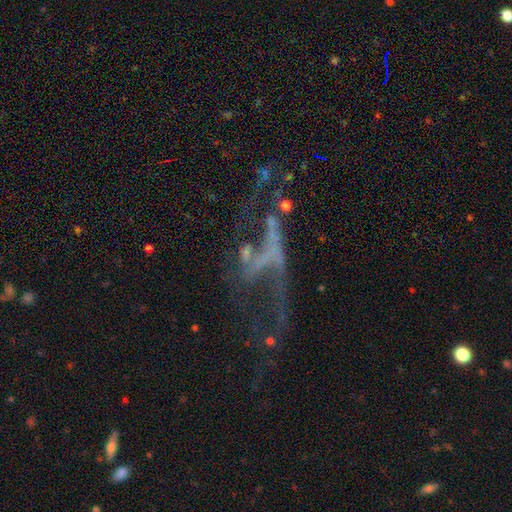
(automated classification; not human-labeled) Q: Smooth or featured?
A: featured or disk (62%); runner-up: star or artifact (25%)
Q: Edge-on disk?
A: no (88%); runner-up: yes (12%)
Q: Bar?
A: no (67%); runner-up: weak (17%)
Q: Spiral arms?
A: no (64%); runner-up: yes (36%)
Q: Bulge size?
A: none (80%); runner-up: small (12%)
Q: Merging?
A: major disturbance (48%); runner-up: none (27%)